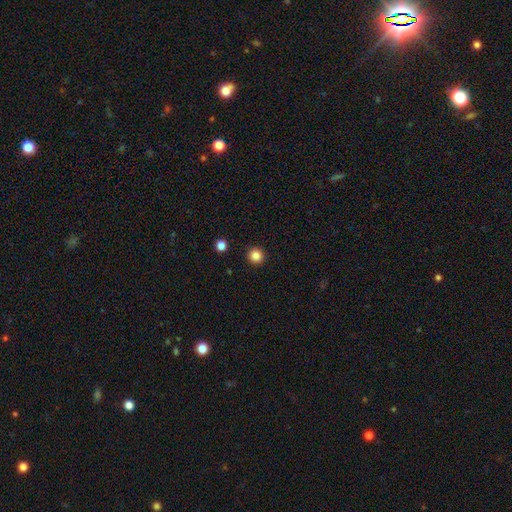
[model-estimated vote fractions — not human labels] This is clearly a smooth galaxy (84%). How rounded: clearly round (95%). Merging: clearly none (93%).